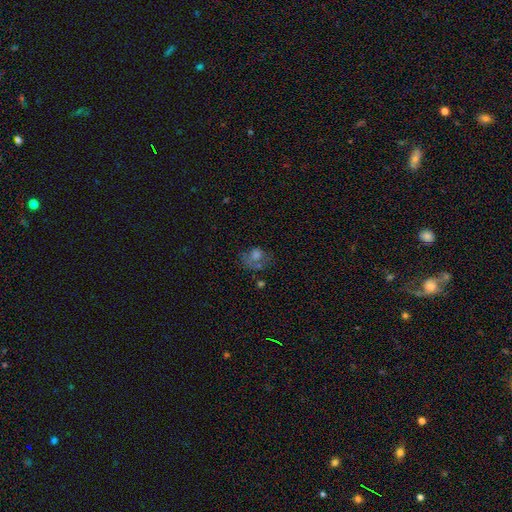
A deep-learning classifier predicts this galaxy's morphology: This is marginally a smooth galaxy (43%). Merging: possibly none (45%).